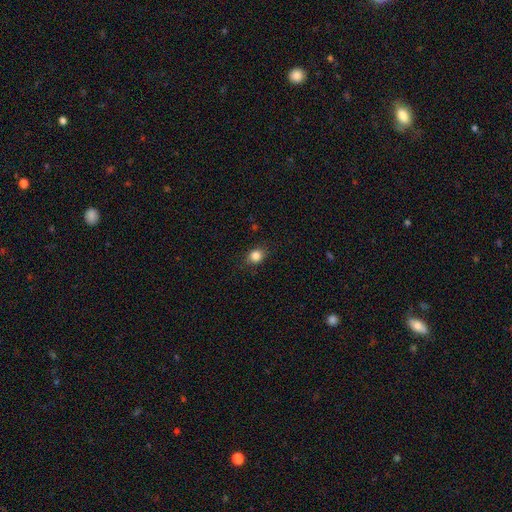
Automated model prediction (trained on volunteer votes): The model was most divided on "how rounded": round: 65%, in between: 34%, cigar-shaped: 1%. More confident: merging — none (85%); smooth or featured — smooth (85%).